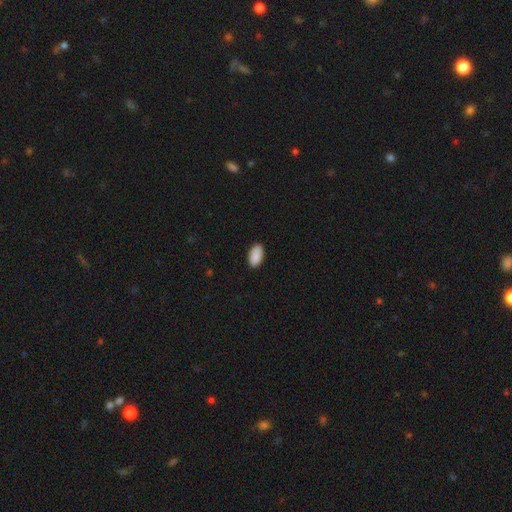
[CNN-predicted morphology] smooth-or-featured: smooth: 91% | star or artifact: 6% | featured or disk: 3%
  how-rounded: in between: 95% | round: 3% | cigar-shaped: 2%
  merging: none: 89% | minor disturbance: 8% | major disturbance: 2% | merger: 1%